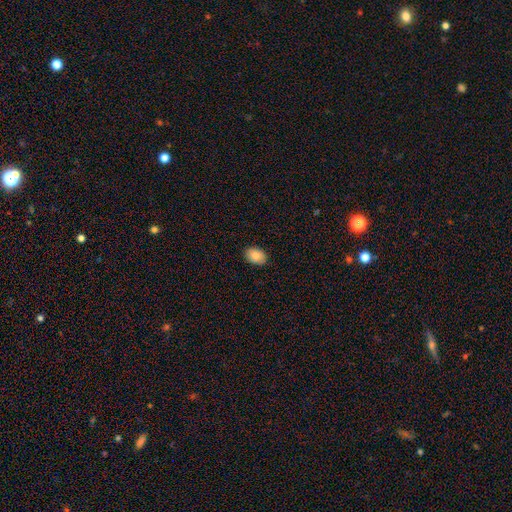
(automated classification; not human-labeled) A smooth galaxy with no disk features (88%) that is in between round and cigar-shaped (80%). Merging: none (89%).